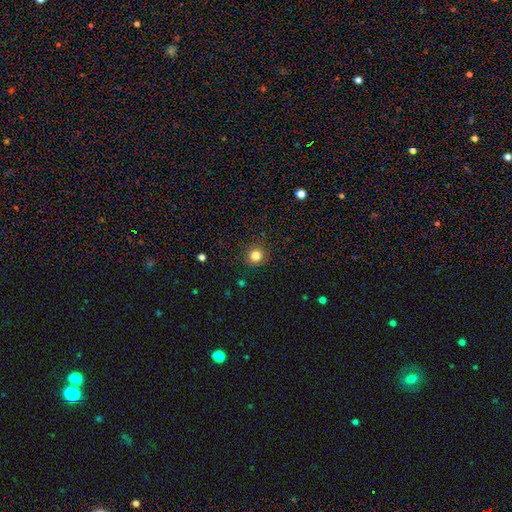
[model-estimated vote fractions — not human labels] A smooth galaxy with no disk features (82%) that is round (91%). Merging: none (90%).